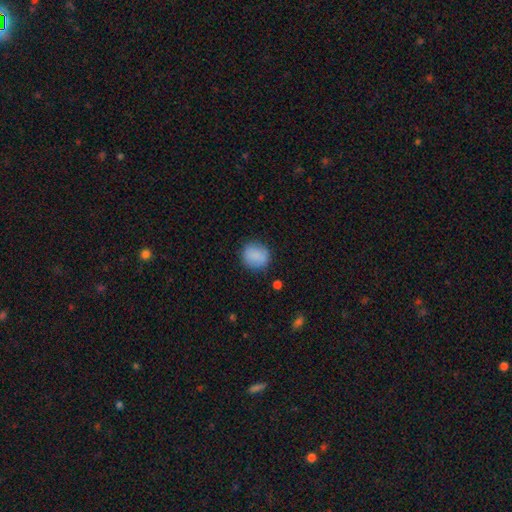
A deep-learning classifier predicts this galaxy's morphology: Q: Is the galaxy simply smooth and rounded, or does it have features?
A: smooth — 86%.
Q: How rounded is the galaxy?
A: round — 75%.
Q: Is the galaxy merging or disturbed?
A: none — 81%.